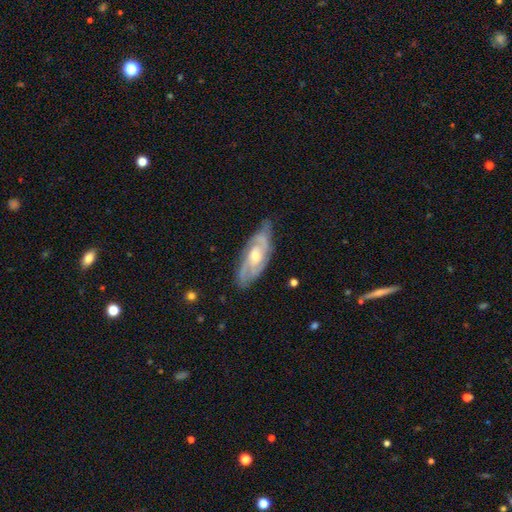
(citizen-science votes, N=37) smooth_or_featured: featured or disk (p=0.86) [alt: smooth p=0.11]
disk_edge_on: no (p=0.88) [alt: yes p=0.12]
bar: no (p=0.61) [alt: weak p=0.36]
has_spiral_arms: yes (p=0.96) [alt: no p=0.04]
spiral_winding: medium (p=0.63) [alt: tight p=0.33]
spiral_arm_count: 3 (p=0.81) [alt: 2 p=0.11]
bulge_size: moderate (p=0.57) [alt: small p=0.36]
merging: none (p=0.61) [alt: minor disturbance p=0.39]